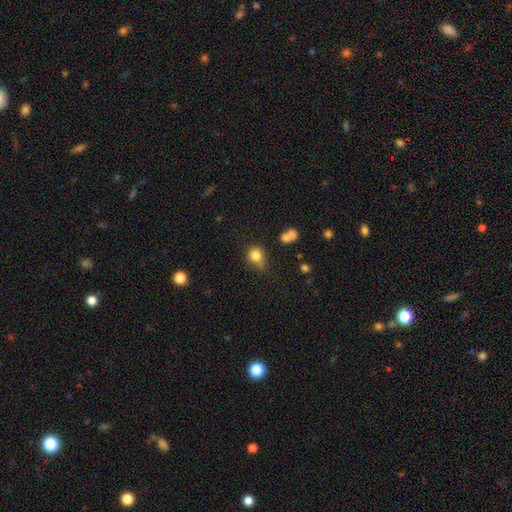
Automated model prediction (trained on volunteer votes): A smooth galaxy with no disk features (80%) that is round (74%).

Vote fractions:
- Smooth or featured? smooth: 80% / star or artifact: 12% / featured or disk: 9%
- How rounded? round: 74% / in between: 25% / cigar-shaped: 1%
- Merging? none: 53% / minor disturbance: 29% / merger: 9% / major disturbance: 9%